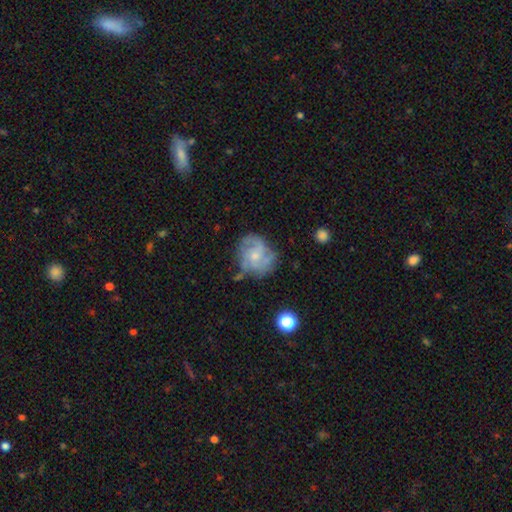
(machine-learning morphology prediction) Q: Smooth or featured?
A: featured or disk (77%); runner-up: smooth (16%)
Q: Edge-on disk?
A: no (98%); runner-up: yes (2%)
Q: Bar?
A: no (71%); runner-up: weak (26%)
Q: Spiral arms?
A: yes (92%); runner-up: no (8%)
Q: Spiral winding?
A: medium (44%); runner-up: tight (40%)
Q: Spiral arm count?
A: 3 (35%); runner-up: can't tell (24%)
Q: Bulge size?
A: small (63%); runner-up: moderate (30%)
Q: Merging?
A: none (65%); runner-up: minor disturbance (22%)